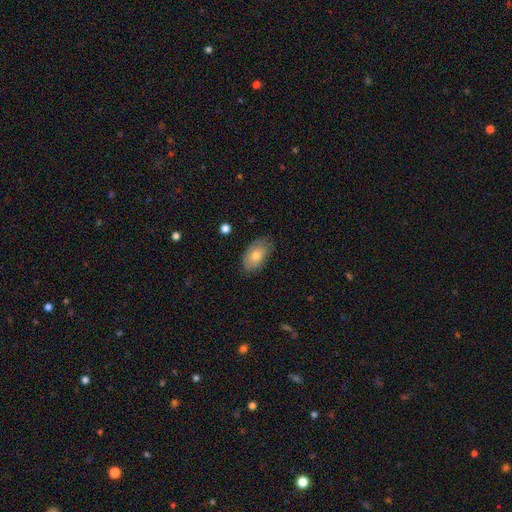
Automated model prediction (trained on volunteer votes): Smooth or featured? smooth (71%)
How rounded? in between (92%)
Merging? none (76%)